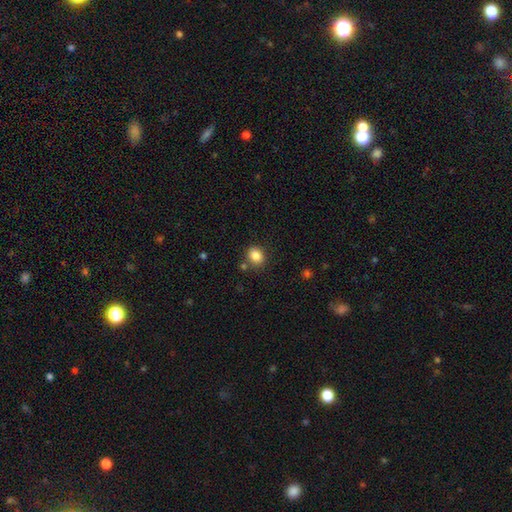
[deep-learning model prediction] This is clearly a smooth galaxy (85%). How rounded: possibly round (57%). Merging: likely none (79%).